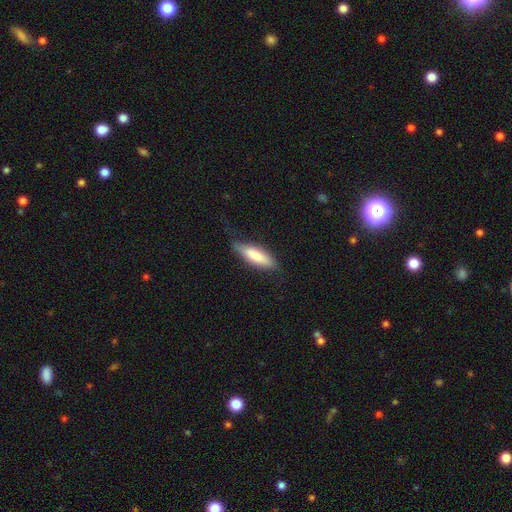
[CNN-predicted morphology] The model was most divided on "how rounded": cigar-shaped: 52%, in between: 46%, round: 2%. More confident: smooth or featured — smooth (72%); merging — none (65%).